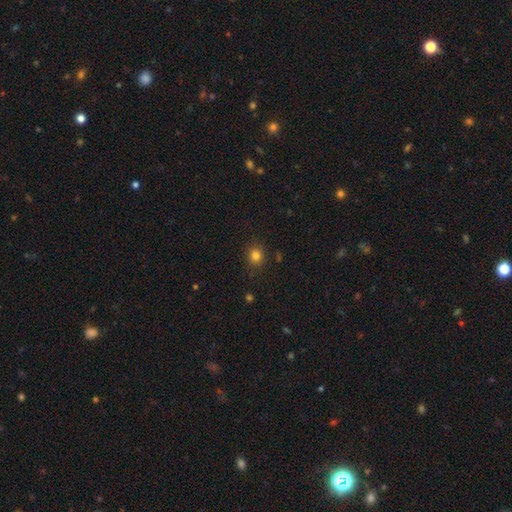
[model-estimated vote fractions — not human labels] Smooth or featured? Predicted: smooth (p=0.81). How rounded? Predicted: round (p=0.82). Merging? Predicted: none (p=0.87).